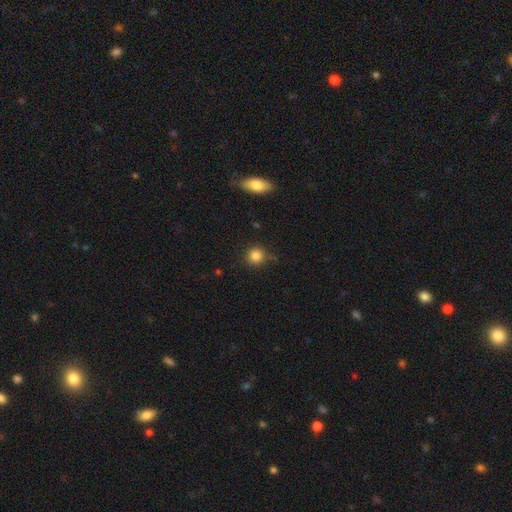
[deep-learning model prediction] Smooth or featured: smooth — 84% (star or artifact — 11%)
How rounded: round — 93% (in between — 6%)
Merging: none — 83% (minor disturbance — 11%)